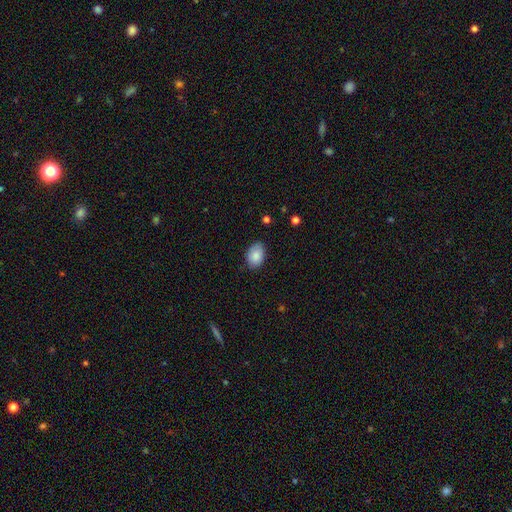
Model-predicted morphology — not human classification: This appears to be a smooth galaxy with no disk features (86%) that is in between round and cigar-shaped (85%). Merging: none (79%).